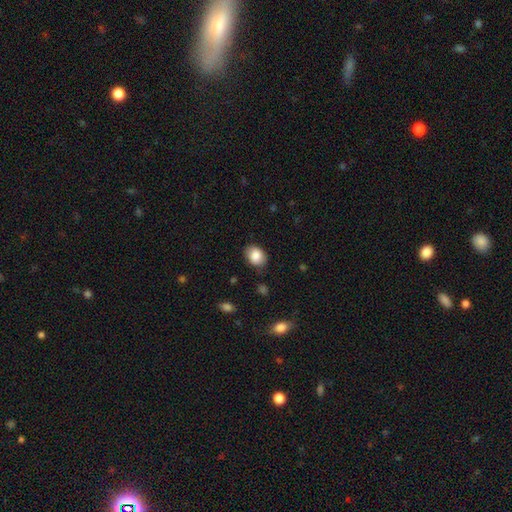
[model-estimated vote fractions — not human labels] A smooth galaxy with no disk features (85%) that is in between round and cigar-shaped (69%). Merging: none (81%).